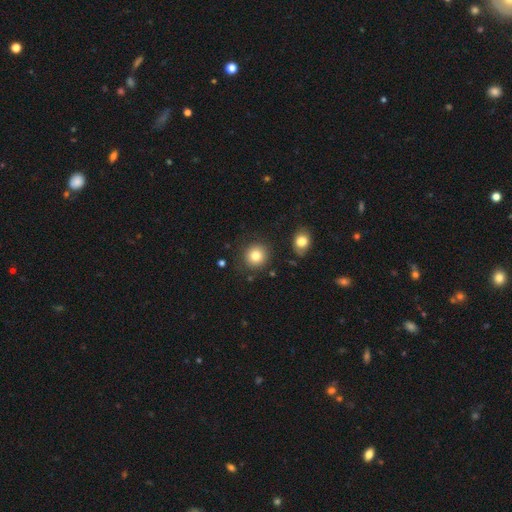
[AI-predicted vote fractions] Smooth or featured? smooth (82%)
How rounded? round (90%)
Merging? none (86%)